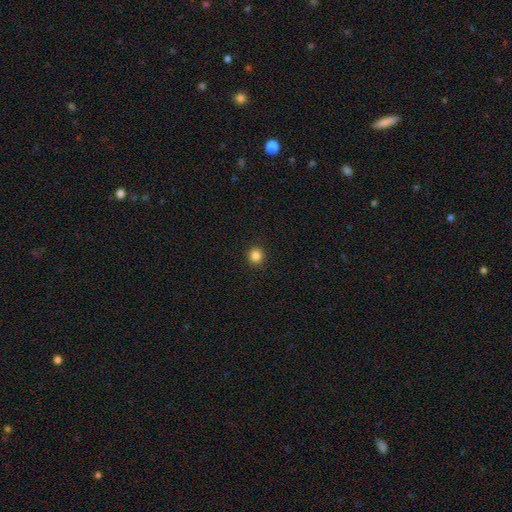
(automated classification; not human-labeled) This appears to be a smooth galaxy with no disk features (85%) that is round (93%). Merging: none (93%).